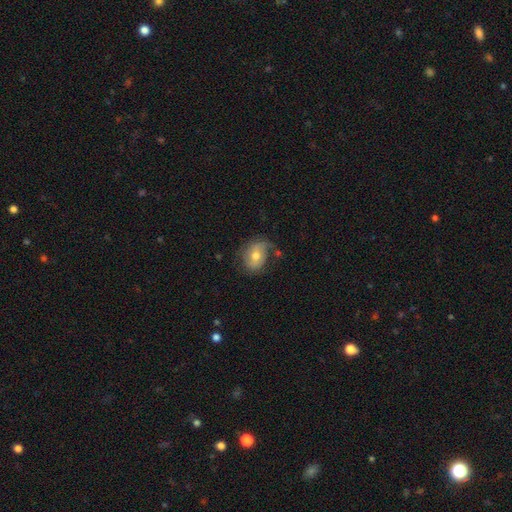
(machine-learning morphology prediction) This is possibly a featured or disk galaxy (47%). Merging: possibly none (51%).